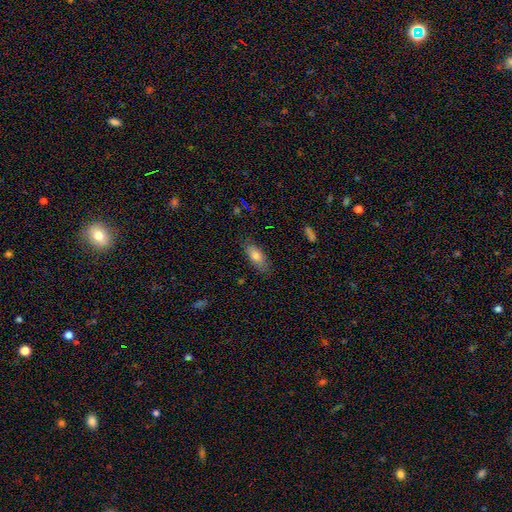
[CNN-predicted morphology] smooth_or_featured: smooth (p=0.76) [alt: featured or disk p=0.16]
how_rounded: in between (p=0.77) [alt: cigar-shaped p=0.20]
merging: none (p=0.82) [alt: minor disturbance p=0.13]